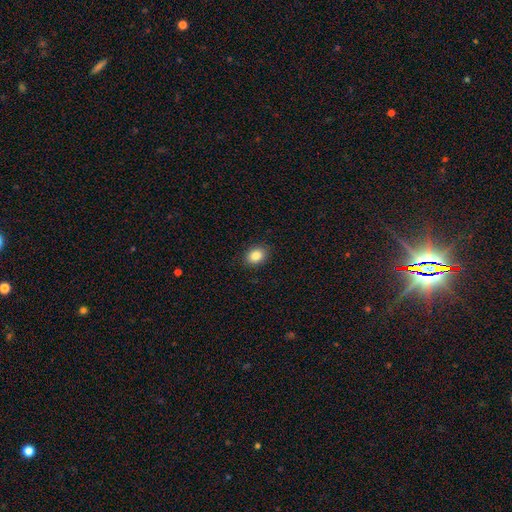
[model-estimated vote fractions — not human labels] Morphology: type=smooth (86%); roundness=in between (56%); merging=none (89%).